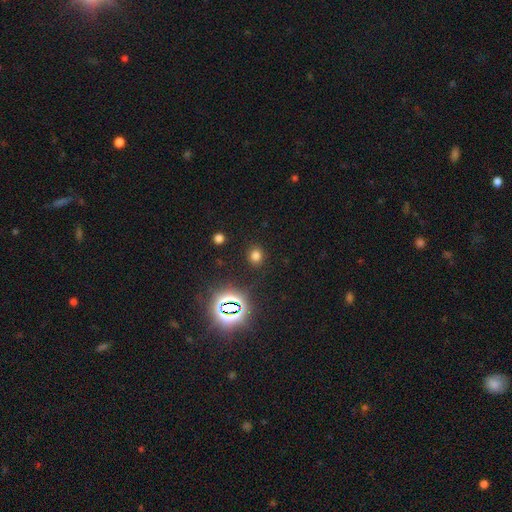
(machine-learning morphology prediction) type=smooth (68%); roundness=round (73%); merging=none (87%).